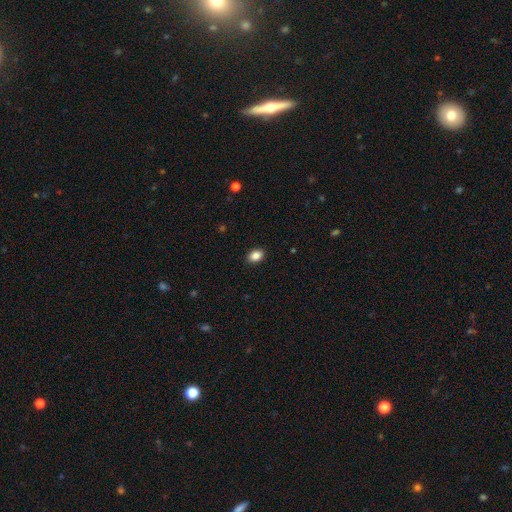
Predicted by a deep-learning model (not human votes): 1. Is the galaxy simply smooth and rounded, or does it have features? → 87% smooth, 9% star or artifact, 4% featured or disk.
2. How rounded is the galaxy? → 75% in between, 24% round, 1% cigar-shaped.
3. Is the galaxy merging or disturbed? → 90% none, 7% minor disturbance, 2% major disturbance, 1% merger.